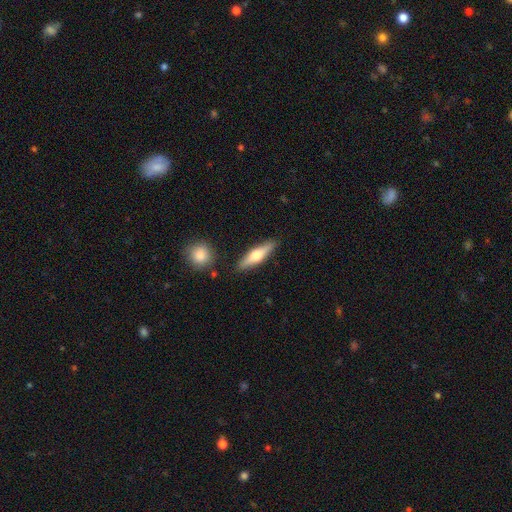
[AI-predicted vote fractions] Overall: featured or disk (50%; smooth 44%). Edge-on disk: yes (93%). Merging: none (87%).